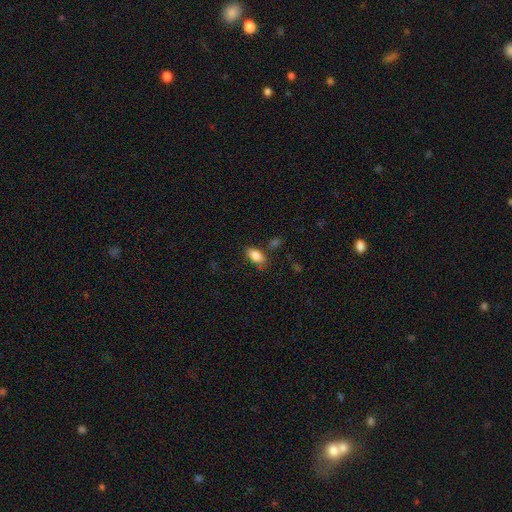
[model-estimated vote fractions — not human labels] smooth-or-featured: smooth: 86% | star or artifact: 8% | featured or disk: 6%
  how-rounded: in between: 91% | cigar-shaped: 5% | round: 4%
  merging: none: 73% | minor disturbance: 18% | major disturbance: 5% | merger: 4%